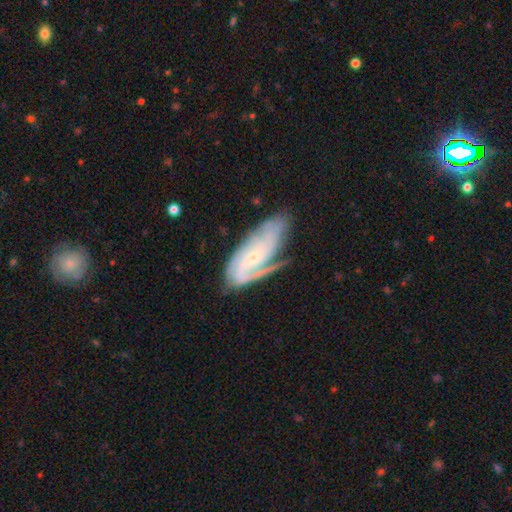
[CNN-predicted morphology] A featured or disk galaxy (81%) with no bar (64%), 2 (31%) tight (50%) spiral arms (95%) and a small central bulge (79%).

Vote fractions:
- Smooth or featured? featured or disk: 81% / smooth: 13% / star or artifact: 6%
- Edge-on disk? no: 94% / yes: 6%
- Bar? no: 64% / weak: 28% / strong: 9%
- Spiral arms? yes: 95% / no: 5%
- Spiral winding? tight: 50% / medium: 37% / loose: 12%
- Spiral arm count? 2: 31% / 3: 26% / can't tell: 25% / 4: 8% / 1: 6% / more than 4: 5%
- Bulge size? small: 79% / moderate: 16% / none: 3% / large: 1% / dominant: 1%
- Merging? none: 59% / minor disturbance: 26% / major disturbance: 11% / merger: 3%